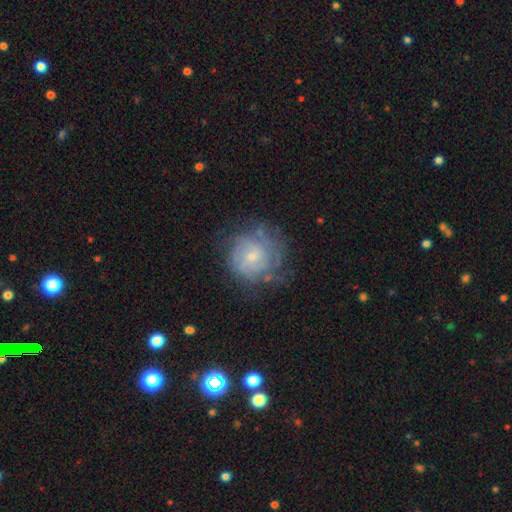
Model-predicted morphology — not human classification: The model was most divided on "bar": no: 60%, weak: 36%, strong: 4%. More confident: edge-on disk — no (98%); spiral arms — yes (78%); bulge size — small (66%); smooth or featured — featured or disk (64%); merging — none (62%).